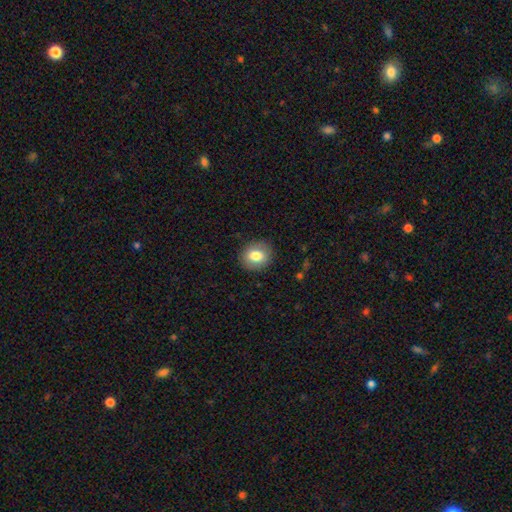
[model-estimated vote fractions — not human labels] smooth-or-featured: smooth: 80% | featured or disk: 12% | star or artifact: 8%
  how-rounded: round: 69% | in between: 30% | cigar-shaped: 1%
  merging: none: 89% | minor disturbance: 8% | major disturbance: 2% | merger: 1%